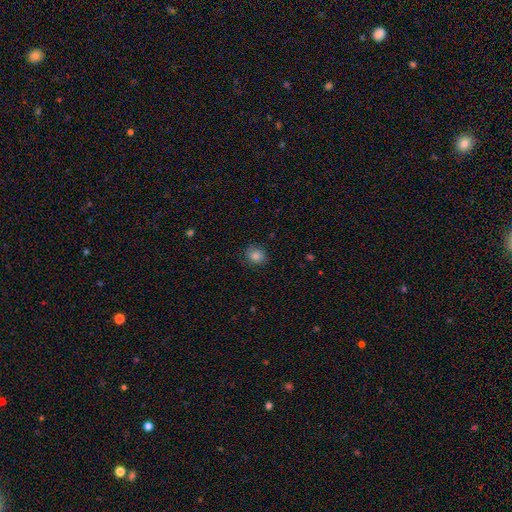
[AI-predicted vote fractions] smooth 84%, star or artifact 11%, featured or disk 5%. Down the decision tree: how rounded — round (71%); merging — none (83%).